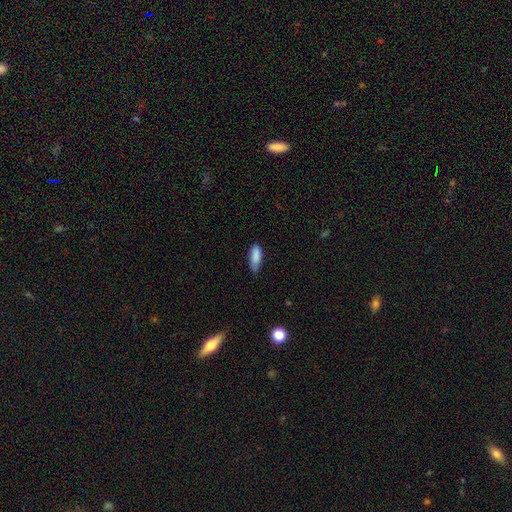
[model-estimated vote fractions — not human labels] Q: Smooth or featured?
A: smooth (87%); runner-up: star or artifact (7%)
Q: How rounded?
A: in between (69%); runner-up: cigar-shaped (29%)
Q: Merging?
A: none (59%); runner-up: minor disturbance (34%)